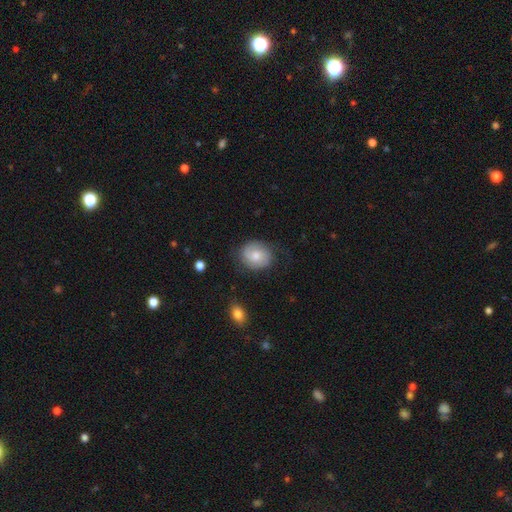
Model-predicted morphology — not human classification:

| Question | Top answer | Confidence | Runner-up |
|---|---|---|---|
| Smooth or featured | smooth | 46% | tied: featured or disk (46%) |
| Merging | none | 74% | minor disturbance (19%) |